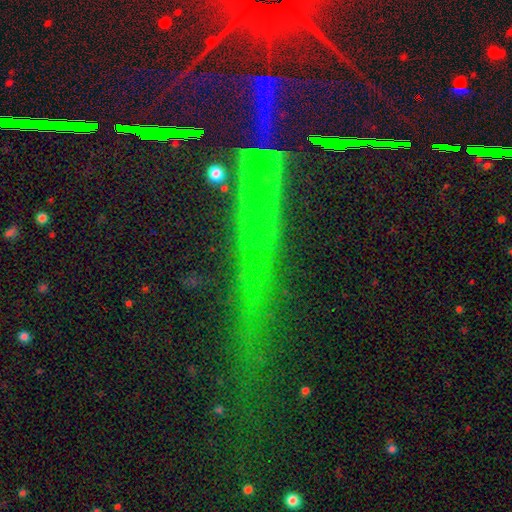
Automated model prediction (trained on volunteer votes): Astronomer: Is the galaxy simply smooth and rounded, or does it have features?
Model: star or artifact — 51% (runner-up: smooth, 27%).